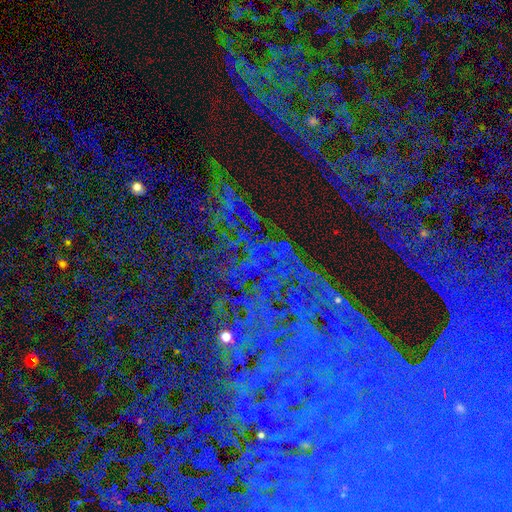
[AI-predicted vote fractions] Smooth or featured? star or artifact (86%)